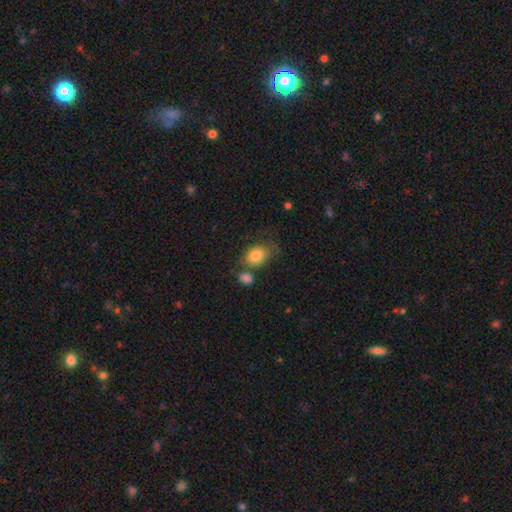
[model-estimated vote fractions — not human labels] Smooth or featured: smooth — 81% (featured or disk — 11%)
How rounded: in between — 68% (round — 31%)
Merging: none — 49% (minor disturbance — 23%)